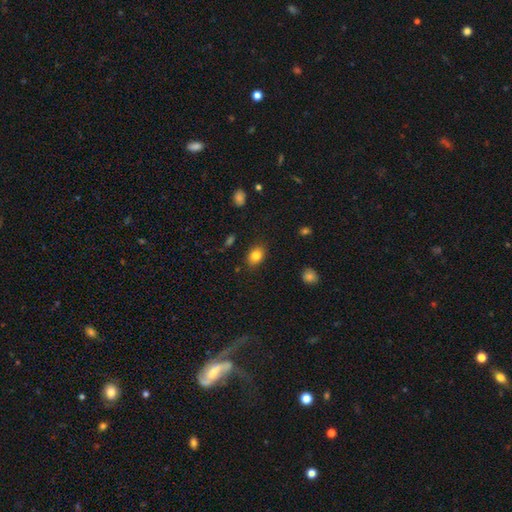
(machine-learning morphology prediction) smooth 83%, star or artifact 9%, featured or disk 8%. Down the decision tree: how rounded — in between (75%); merging — none (85%).